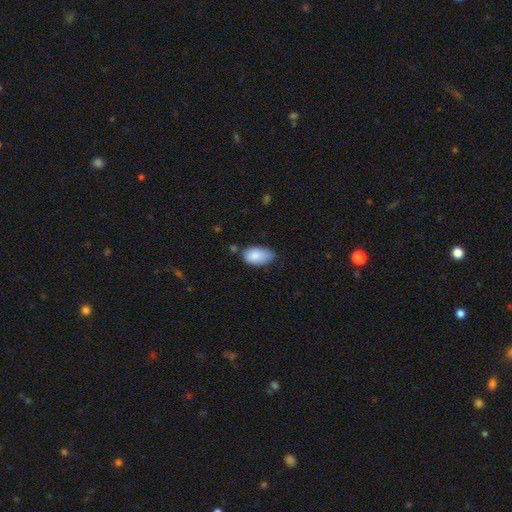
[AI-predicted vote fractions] Smooth or featured?
  - smooth: 86% *
  - featured or disk: 7%
  - star or artifact: 7%
How rounded?
  - in between: 94% *
  - round: 5%
  - cigar-shaped: 2%
Merging?
  - none: 52% *
  - minor disturbance: 38%
  - major disturbance: 6%
  - merger: 4%